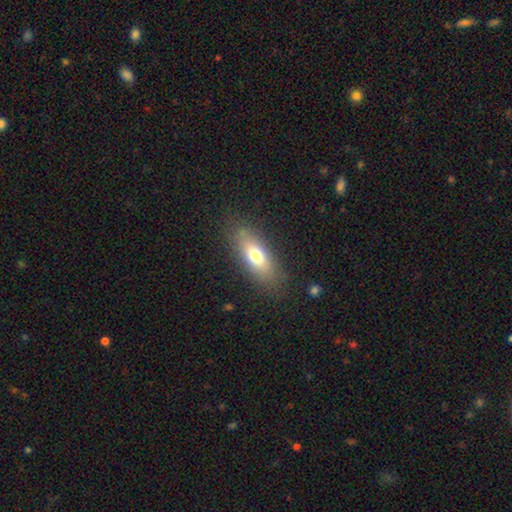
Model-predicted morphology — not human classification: The model was most divided on "smooth or featured": smooth: 69%, featured or disk: 22%, star or artifact: 9%. More confident: merging — none (82%); how rounded — in between (72%).